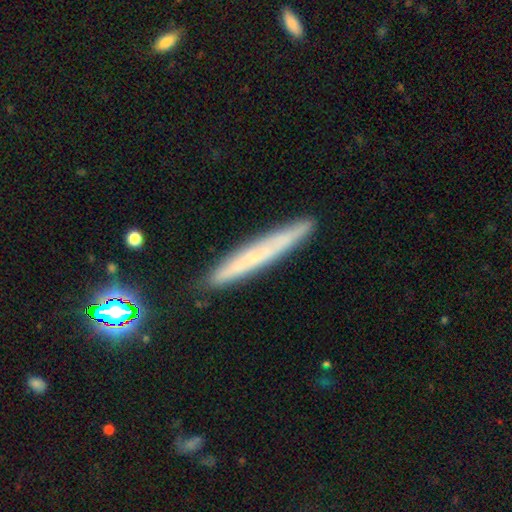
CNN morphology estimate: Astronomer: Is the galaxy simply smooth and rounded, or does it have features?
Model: smooth — 48% (runner-up: featured or disk, 43%).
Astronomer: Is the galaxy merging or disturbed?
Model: none — 88%.